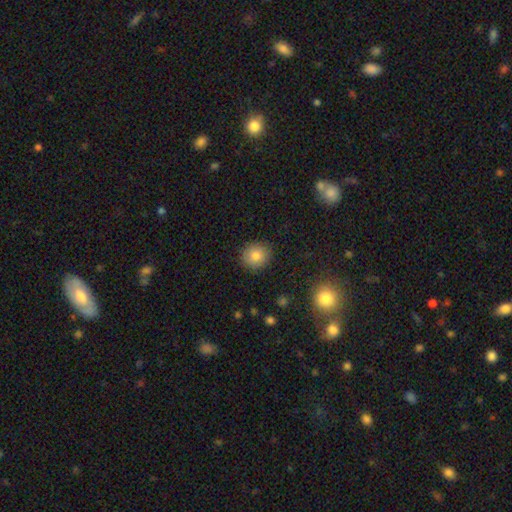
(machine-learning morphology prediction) smooth-or-featured: smooth: 82% | star or artifact: 10% | featured or disk: 8%
  how-rounded: round: 84% | in between: 15% | cigar-shaped: 1%
  merging: none: 89% | minor disturbance: 8% | major disturbance: 2% | merger: 1%